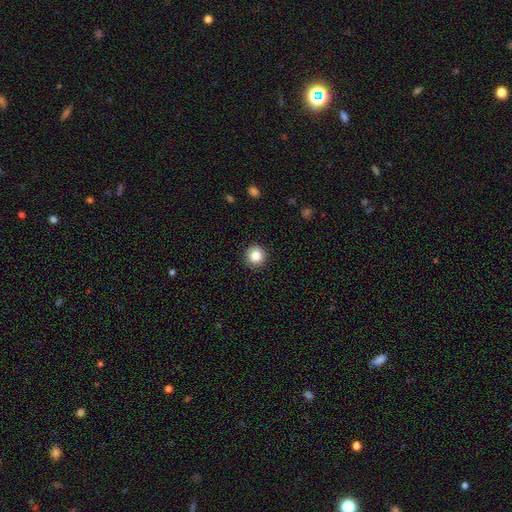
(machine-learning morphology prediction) This is clearly a smooth galaxy (84%). How rounded: clearly round (95%). Merging: clearly none (92%).